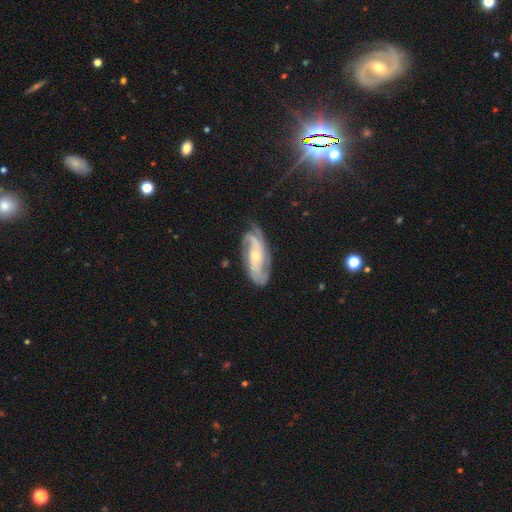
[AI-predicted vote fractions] featured or disk 85%, smooth 10%, star or artifact 5%. Down the decision tree: edge-on disk — no (93%); bar — no (53%); spiral arms — yes (96%); spiral arm count — 2 (44%); spiral winding — medium (43%); bulge size — small (49%); merging — none (68%).